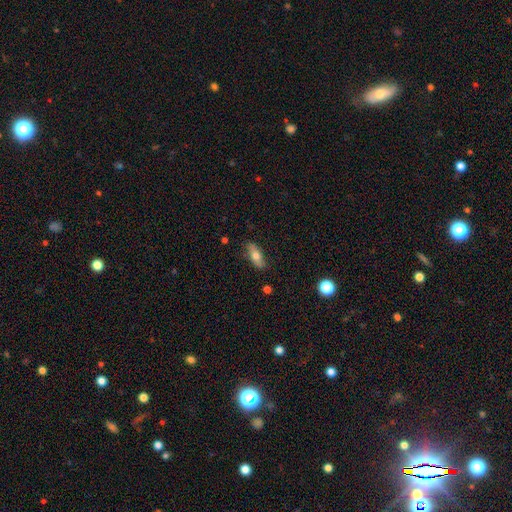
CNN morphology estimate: smooth 65%, featured or disk 28%, star or artifact 7%. Down the decision tree: how rounded — in between (66%); merging — none (82%).